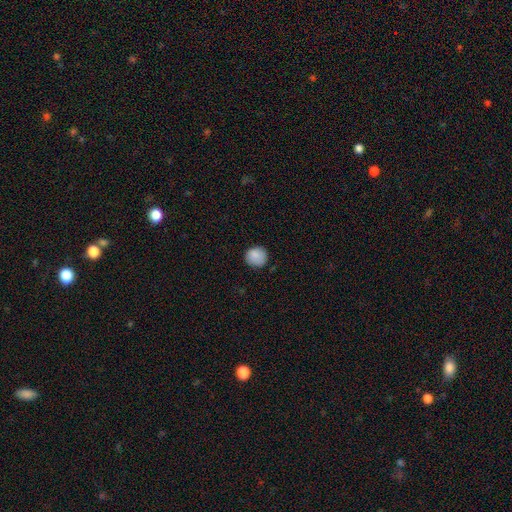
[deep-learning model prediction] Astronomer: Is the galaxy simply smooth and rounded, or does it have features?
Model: smooth — 87%.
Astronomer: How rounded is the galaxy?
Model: round — 89%.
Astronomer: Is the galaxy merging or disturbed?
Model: none — 83%.